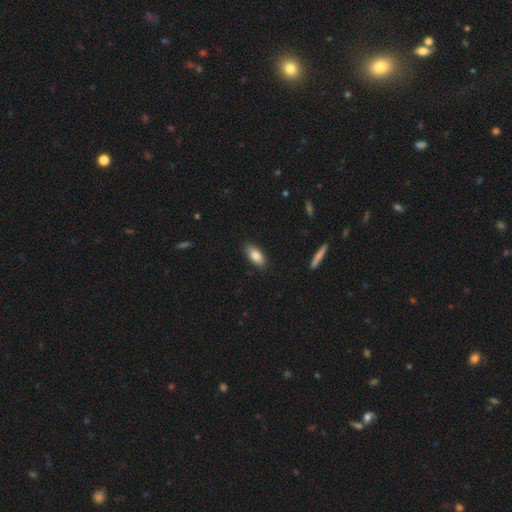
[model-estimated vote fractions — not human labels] The model was most divided on "smooth or featured": smooth: 83%, featured or disk: 10%, star or artifact: 7%. More confident: merging — none (88%); how rounded — in between (86%).